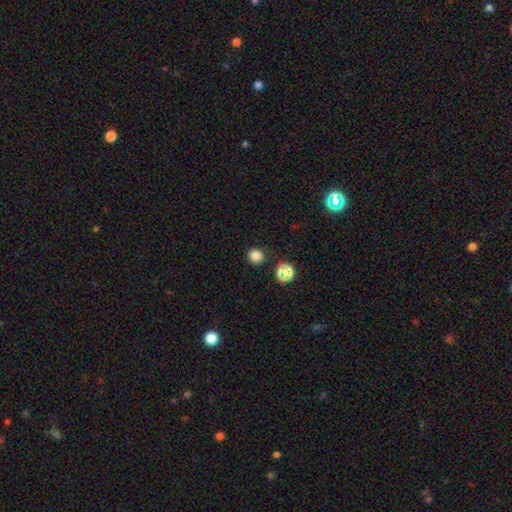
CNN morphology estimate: This is likely a smooth galaxy (79%). How rounded: clearly round (93%). Merging: clearly none (90%).